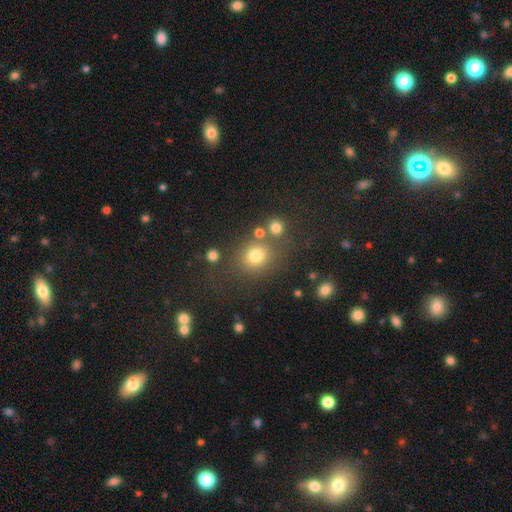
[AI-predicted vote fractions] The model was most divided on "merging": none: 71%, merger: 12%, minor disturbance: 11%, major disturbance: 6%. More confident: how rounded — round (79%); smooth or featured — smooth (75%).